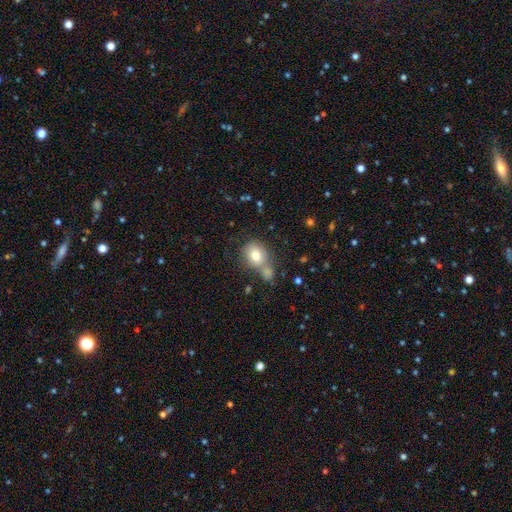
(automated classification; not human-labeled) Smooth or featured? smooth (78%)
How rounded? round (56%)
Merging? none (47%)